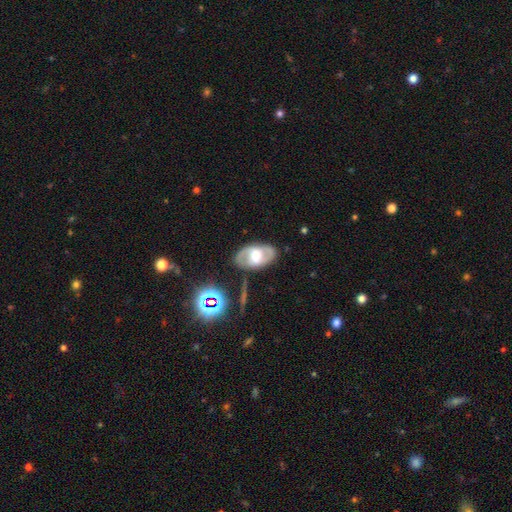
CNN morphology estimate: A featured or disk galaxy (67%) with a weak bar (40%), spiral arms (68%) and a moderate central bulge (54%). Merging: none (79%).